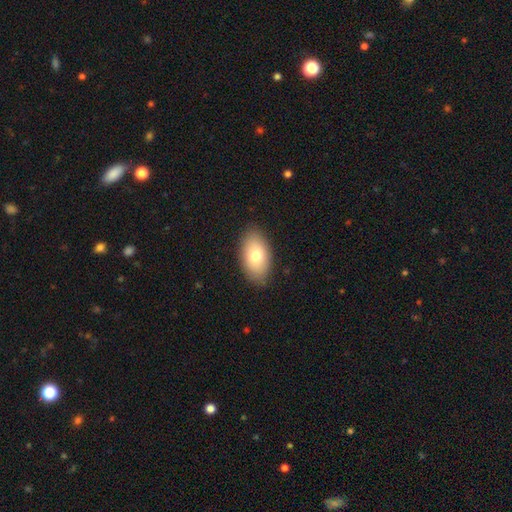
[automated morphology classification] This is likely a smooth galaxy (78%). How rounded: clearly in between (93%). Merging: clearly none (87%).